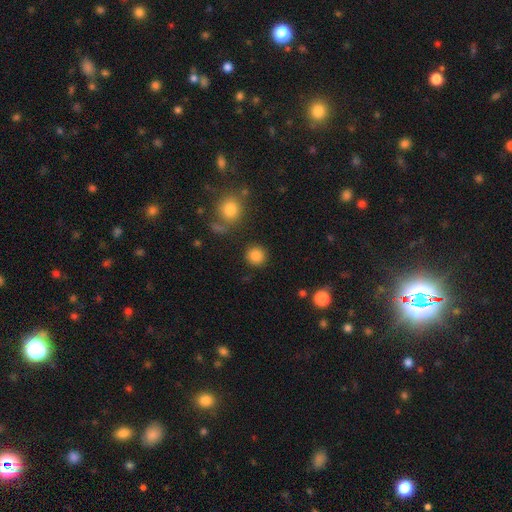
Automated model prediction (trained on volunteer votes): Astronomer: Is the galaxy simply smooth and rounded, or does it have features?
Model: smooth — 86%.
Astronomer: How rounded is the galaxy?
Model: round — 92%.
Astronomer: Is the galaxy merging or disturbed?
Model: none — 87%.